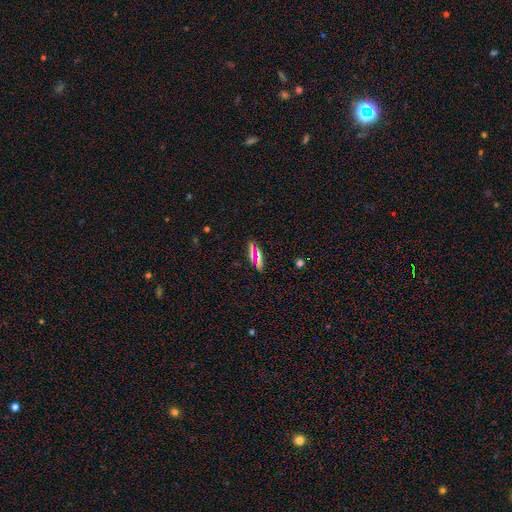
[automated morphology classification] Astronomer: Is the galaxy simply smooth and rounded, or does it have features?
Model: smooth — 62%.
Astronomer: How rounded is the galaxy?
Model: in between — 49% (runner-up: cigar-shaped, 44%).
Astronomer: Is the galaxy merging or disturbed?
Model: none — 80%.